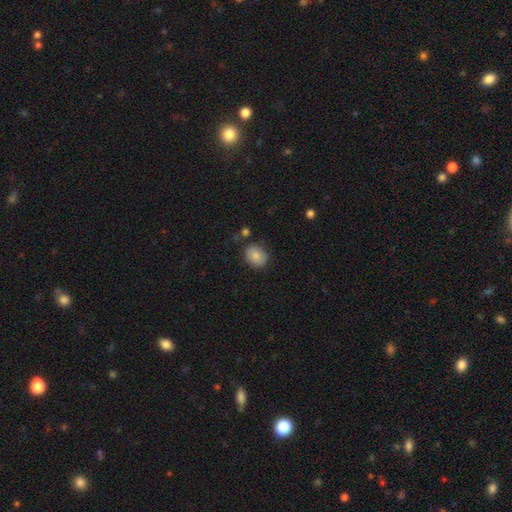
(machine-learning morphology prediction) Smooth or featured: smooth — 84% (star or artifact — 8%)
How rounded: round — 53% (in between — 47%)
Merging: none — 81% (minor disturbance — 12%)